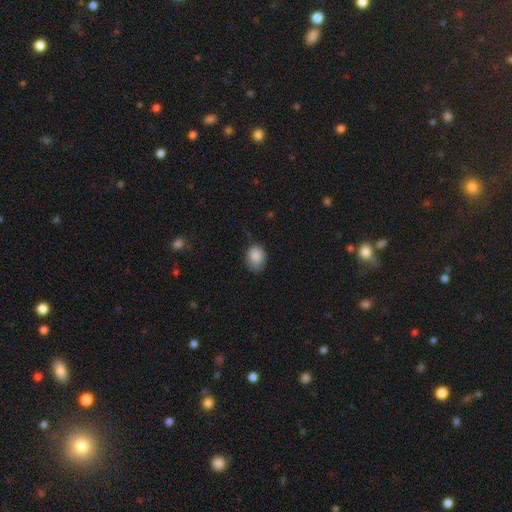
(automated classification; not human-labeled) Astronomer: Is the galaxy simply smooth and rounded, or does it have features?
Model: smooth — 87%.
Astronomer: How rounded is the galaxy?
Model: in between — 54% (runner-up: round, 45%).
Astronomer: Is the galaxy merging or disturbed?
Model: none — 67%.